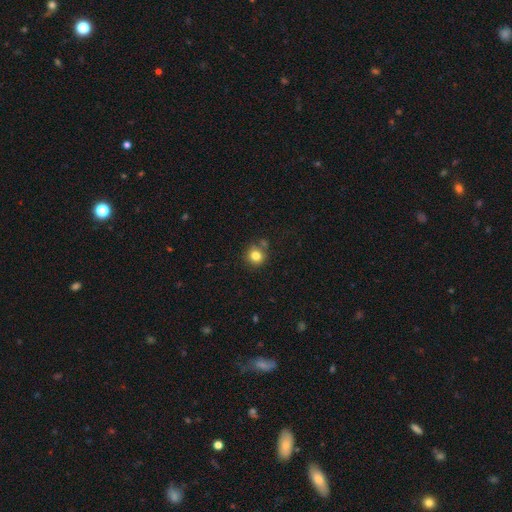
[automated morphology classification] Smooth or featured? smooth (81%)
How rounded? round (90%)
Merging? none (75%)